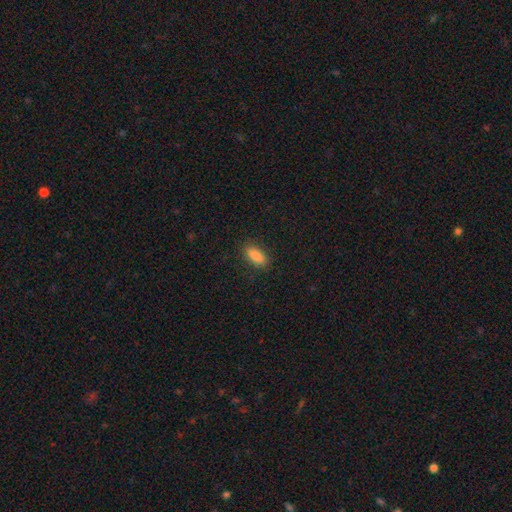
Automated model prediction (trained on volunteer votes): Morphology: type=smooth (87%); roundness=in between (82%); merging=none (87%).